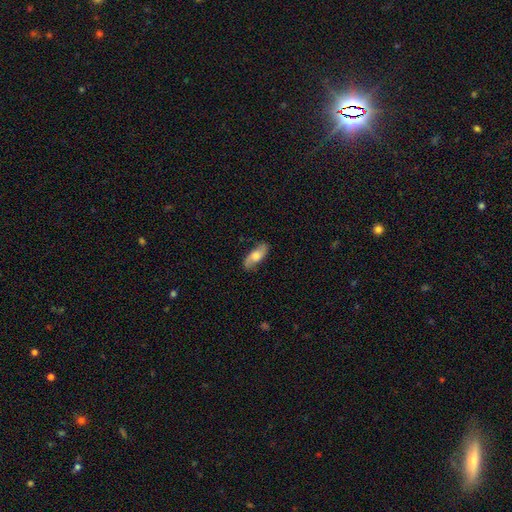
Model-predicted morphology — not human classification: Smooth or featured: smooth — 55% (featured or disk — 38%)
How rounded: in between — 75% (cigar-shaped — 22%)
Merging: none — 81% (minor disturbance — 15%)